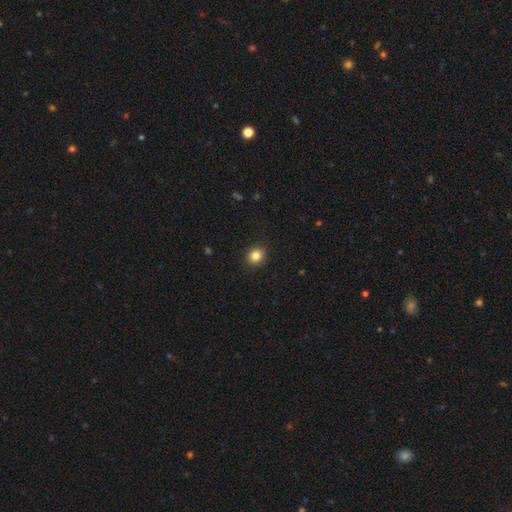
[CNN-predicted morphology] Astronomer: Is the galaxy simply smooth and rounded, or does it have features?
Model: smooth — 84%.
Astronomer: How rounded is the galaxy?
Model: round — 81%.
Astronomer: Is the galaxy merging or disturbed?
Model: none — 92%.